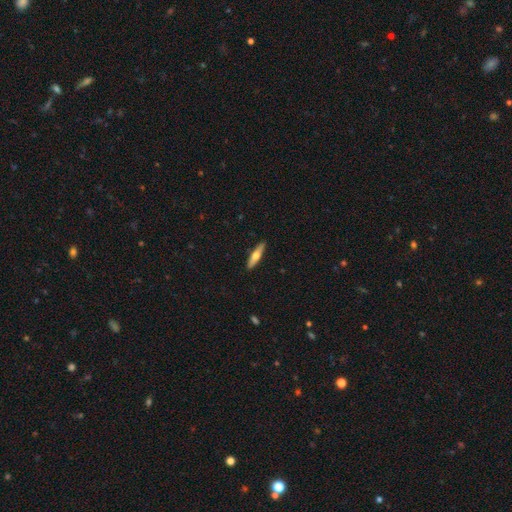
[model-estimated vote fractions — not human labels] smooth-or-featured: smooth: 51% | featured or disk: 44% | star or artifact: 5%
  how-rounded: cigar-shaped: 82% | in between: 16% | round: 2%
  merging: none: 91% | minor disturbance: 7% | major disturbance: 1% | merger: 1%